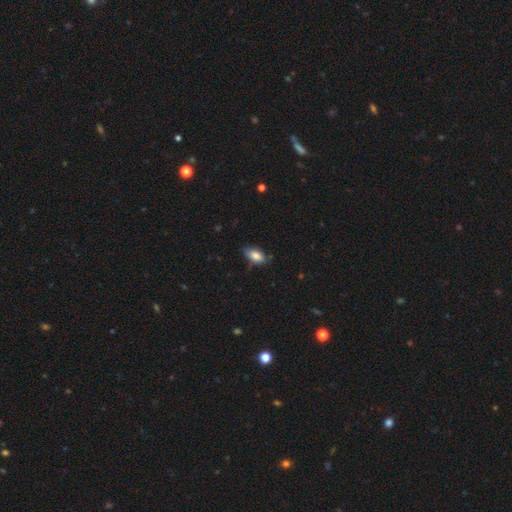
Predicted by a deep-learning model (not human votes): Smooth or featured? smooth (83%)
How rounded? in between (90%)
Merging? none (69%)